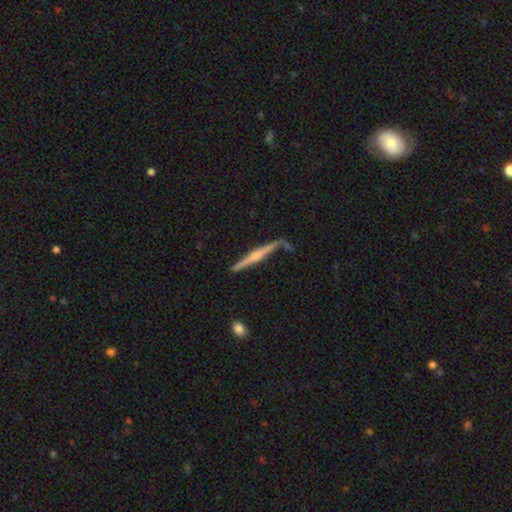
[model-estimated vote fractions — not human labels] This is likely a featured or disk galaxy (70%). It is clearly viewed edge-on (97%). Edge-on bulge: likely rounded (73%). Merging: likely none (75%).